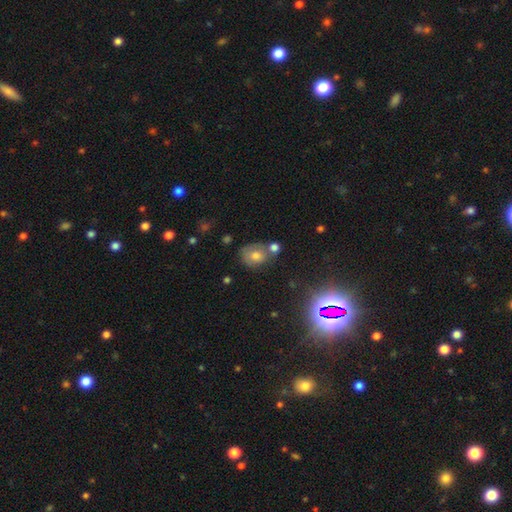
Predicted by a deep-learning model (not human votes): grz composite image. It shows a smooth galaxy with no disk features (65%) that is round (55%). Merging: none (49%).